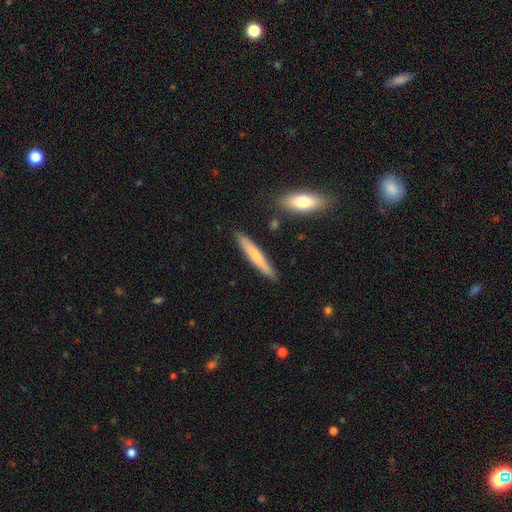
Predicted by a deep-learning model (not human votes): smooth-or-featured: smooth: 63% | featured or disk: 31% | star or artifact: 5%
  how-rounded: cigar-shaped: 92% | in between: 6% | round: 1%
  merging: none: 86% | minor disturbance: 9% | merger: 3% | major disturbance: 2%